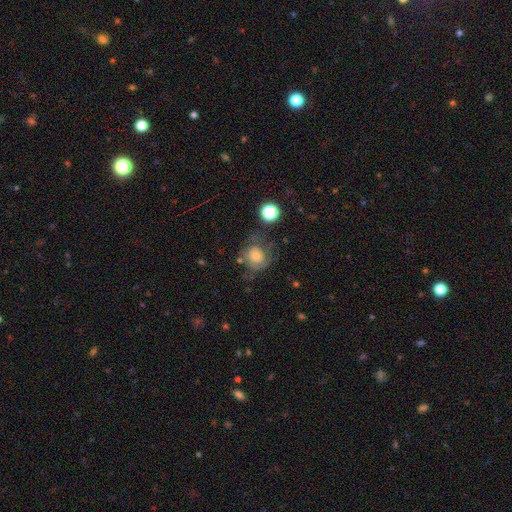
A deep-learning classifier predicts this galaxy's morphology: Smooth or featured: featured or disk — 50% (smooth — 36%)
Edge-on disk: no — 97% (yes — 3%)
Merging: none — 55% (minor disturbance — 22%)